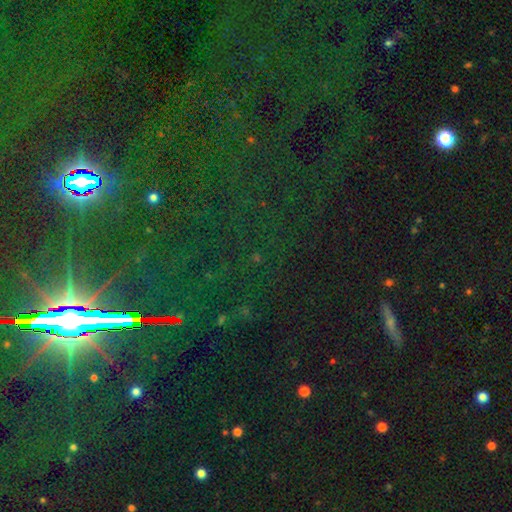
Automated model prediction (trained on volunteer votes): Smooth or featured?
  - star or artifact: 82% *
  - featured or disk: 9%
  - smooth: 9%